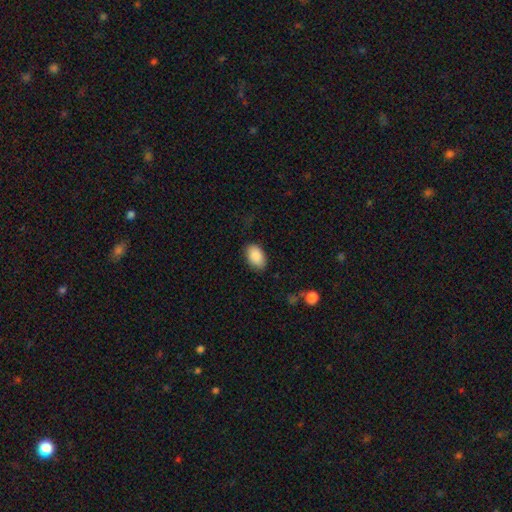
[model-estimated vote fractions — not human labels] Smooth or featured: smooth — 90% (star or artifact — 7%)
How rounded: in between — 91% (round — 8%)
Merging: none — 82% (minor disturbance — 14%)